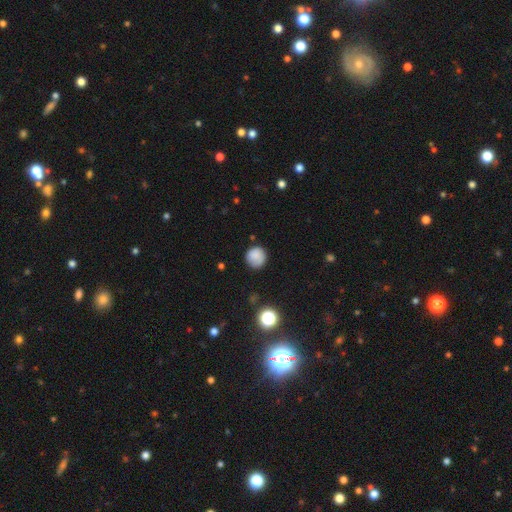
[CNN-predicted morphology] Overall: smooth (82%). How rounded: round (92%). Merging: none (78%).